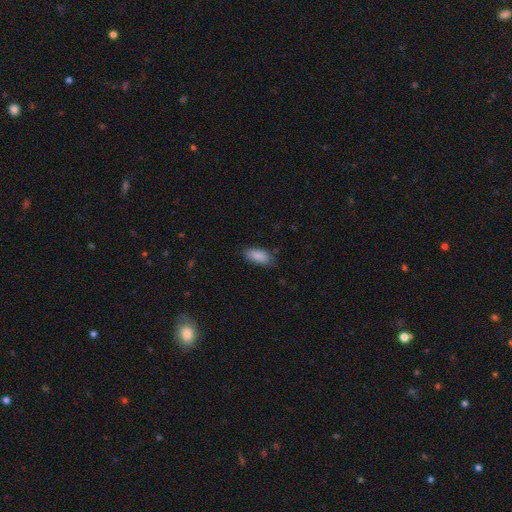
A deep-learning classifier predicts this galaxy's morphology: Q: Smooth or featured?
A: smooth (86%); runner-up: star or artifact (8%)
Q: How rounded?
A: in between (86%); runner-up: cigar-shaped (12%)
Q: Merging?
A: none (80%); runner-up: minor disturbance (15%)